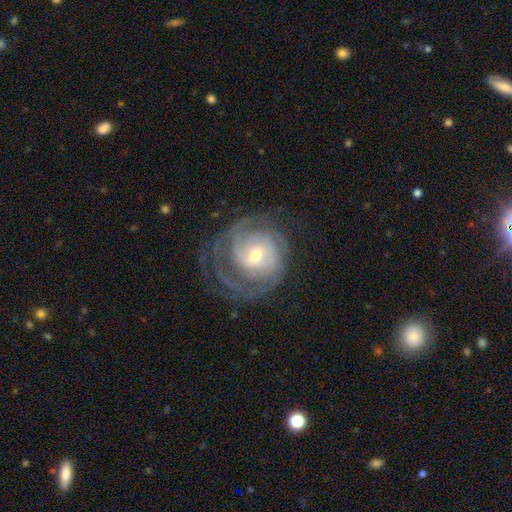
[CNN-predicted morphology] This appears to be a featured or disk galaxy (88%) with no bar (44%), 2 (28%) tight (67%) spiral arms (96%) and a small central bulge (48%). Merging: none (70%).